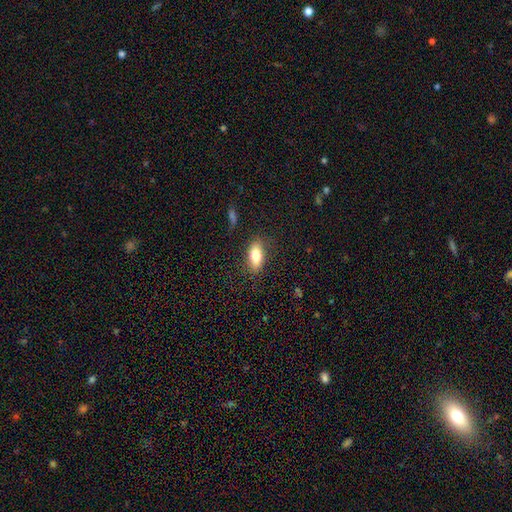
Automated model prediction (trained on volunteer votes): smooth 78%, featured or disk 15%, star or artifact 7%. Down the decision tree: how rounded — in between (84%); merging — none (84%).